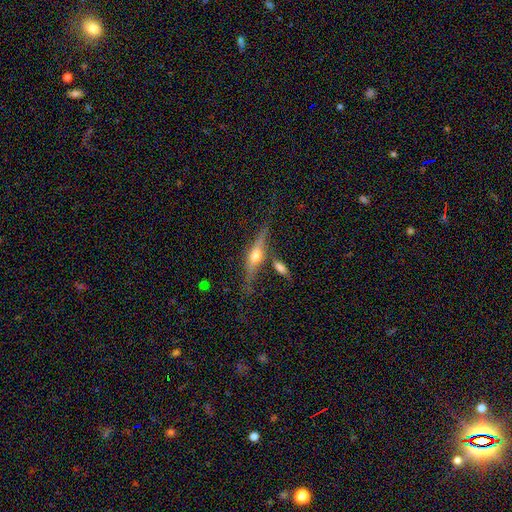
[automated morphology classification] smooth_or_featured: featured or disk (p=0.74) [alt: smooth p=0.18]
disk_edge_on: yes (p=0.95) [alt: no p=0.05]
edge_on_bulge: rounded (p=0.94) [alt: boxy p=0.04]
merging: none (p=0.70) [alt: minor disturbance p=0.13]